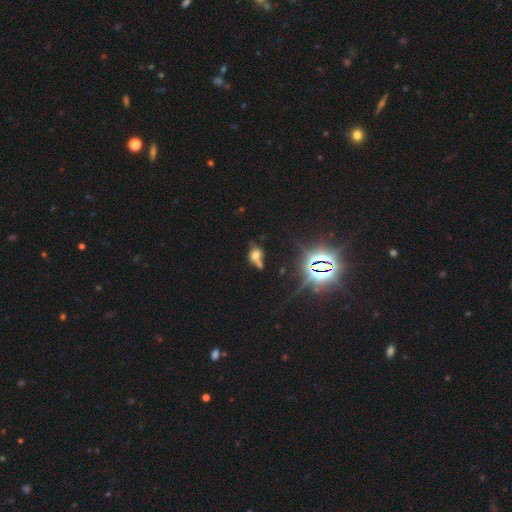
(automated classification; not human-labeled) Morphology: type=smooth (48%); merging=none (34%).